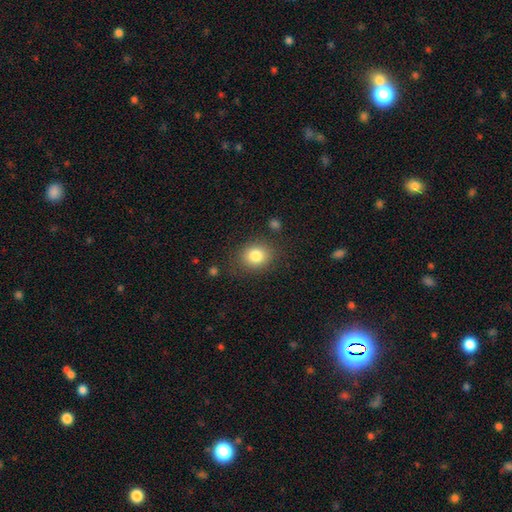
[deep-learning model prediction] A smooth galaxy with no disk features (82%) that is round (67%).

Vote fractions:
- Smooth or featured? smooth: 82% / star or artifact: 10% / featured or disk: 7%
- How rounded? round: 67% / in between: 32% / cigar-shaped: 1%
- Merging? none: 82% / minor disturbance: 12% / major disturbance: 4% / merger: 3%